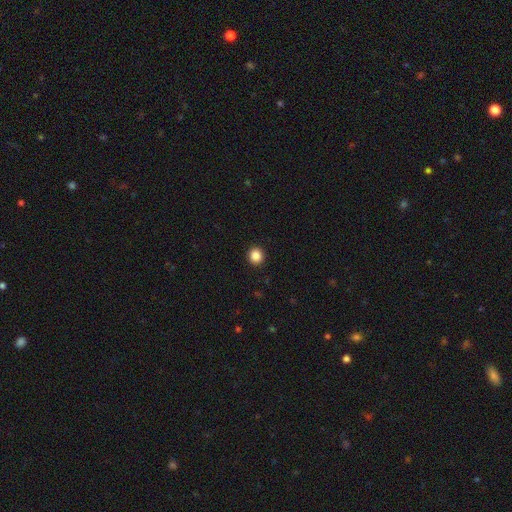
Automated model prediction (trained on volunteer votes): Overall: smooth (87%). How rounded: round (91%). Merging: none (93%).